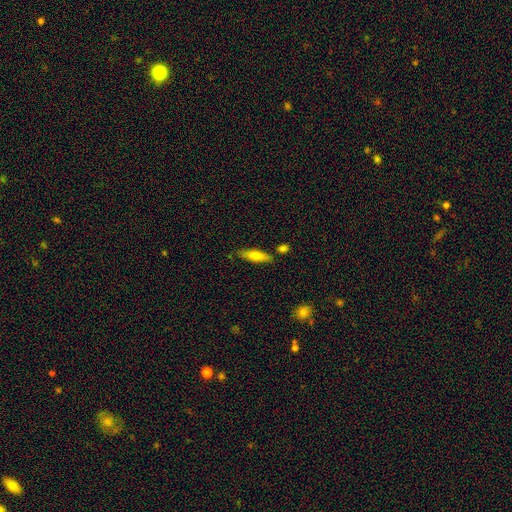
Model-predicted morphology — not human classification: This appears to be a smooth galaxy with no disk features (70%) that is cigar-shaped (65%). Merging: none (78%).